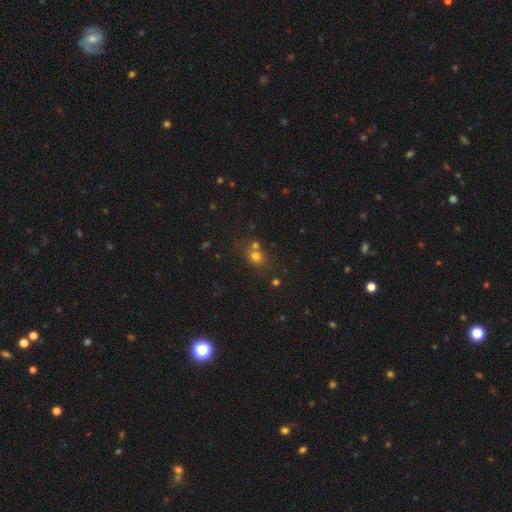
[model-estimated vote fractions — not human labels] This appears to be a smooth galaxy with no disk features (71%) that is round (73%). Merging: none (55%).